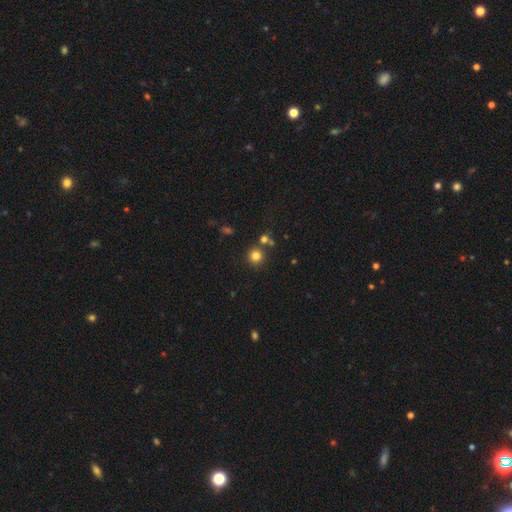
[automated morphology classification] The model was most divided on "merging": none: 78%, merger: 12%, minor disturbance: 7%, major disturbance: 3%. More confident: how rounded — round (93%); smooth or featured — smooth (80%).